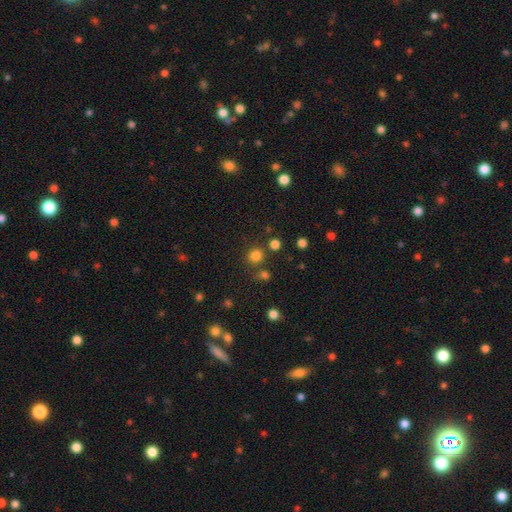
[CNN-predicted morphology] smooth 79%, star or artifact 16%, featured or disk 4%. Down the decision tree: how rounded — round (90%); merging — none (78%).